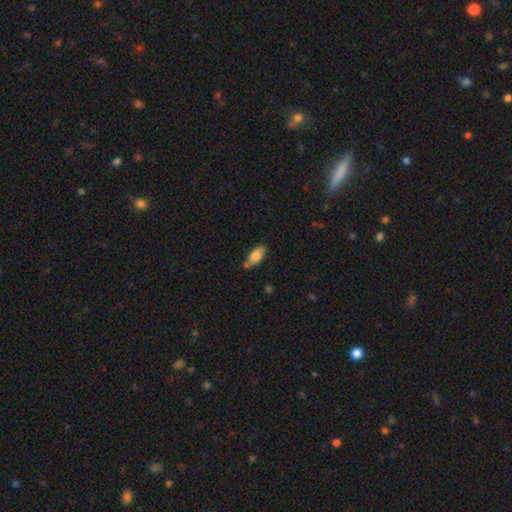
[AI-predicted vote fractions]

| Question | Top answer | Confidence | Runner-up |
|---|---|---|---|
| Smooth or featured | smooth | 76% | featured or disk (17%) |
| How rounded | in between | 86% | cigar-shaped (11%) |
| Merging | none | 67% | minor disturbance (24%) |